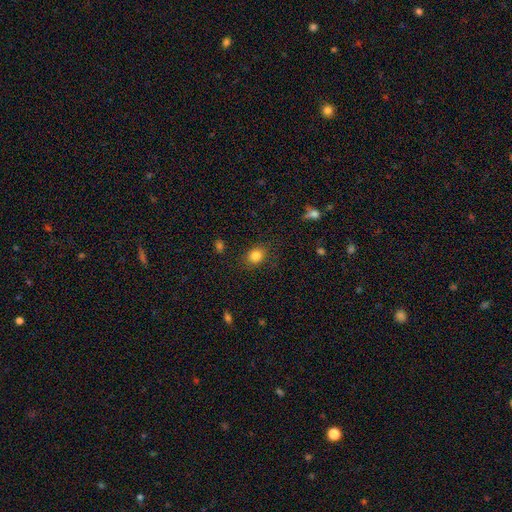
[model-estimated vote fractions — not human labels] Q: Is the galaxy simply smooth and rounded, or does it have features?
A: smooth — 84%.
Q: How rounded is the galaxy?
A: round — 54%.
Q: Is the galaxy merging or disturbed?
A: none — 85%.